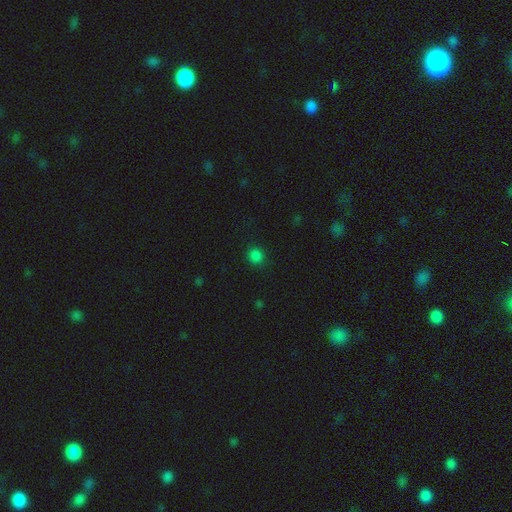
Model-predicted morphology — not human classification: A smooth galaxy with no disk features (82%) that is round (89%).

Vote fractions:
- Smooth or featured? smooth: 82% / star or artifact: 15% / featured or disk: 3%
- How rounded? round: 89% / in between: 10% / cigar-shaped: 1%
- Merging? none: 90% / minor disturbance: 7% / major disturbance: 2% / merger: 1%